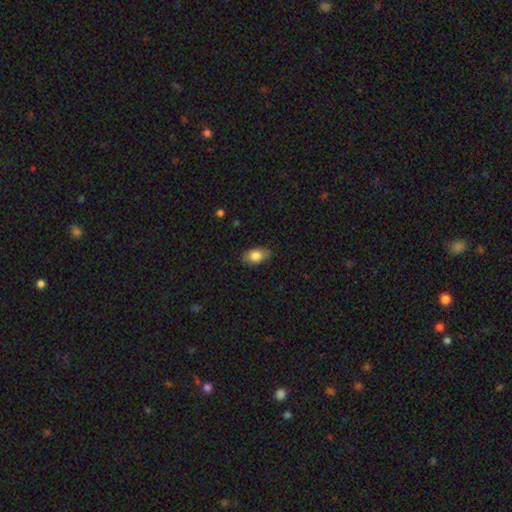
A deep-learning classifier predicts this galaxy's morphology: Smooth or featured? smooth (84%)
How rounded? in between (88%)
Merging? none (84%)